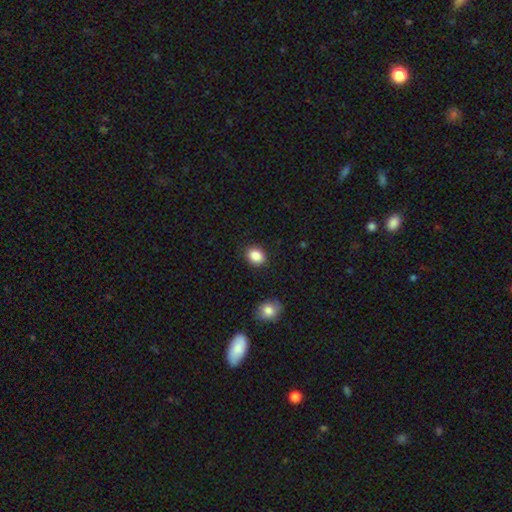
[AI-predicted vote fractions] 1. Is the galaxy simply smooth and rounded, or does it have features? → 87% smooth, 8% star or artifact, 4% featured or disk.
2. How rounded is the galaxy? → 59% in between, 40% round, 1% cigar-shaped.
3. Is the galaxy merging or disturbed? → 86% none, 10% minor disturbance, 2% major disturbance, 2% merger.